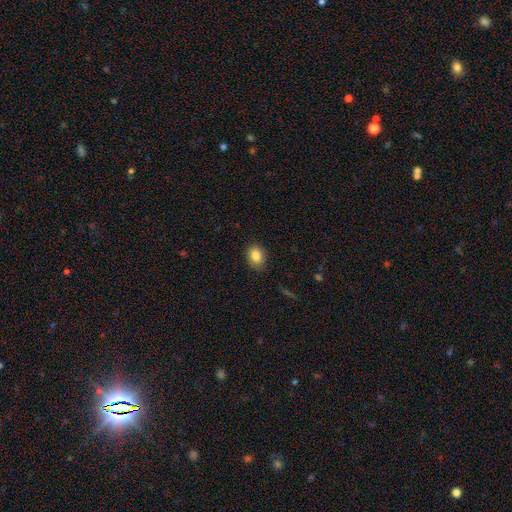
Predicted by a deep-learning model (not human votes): This appears to be a smooth galaxy with no disk features (85%) that is in between round and cigar-shaped (64%). Merging: none (83%).